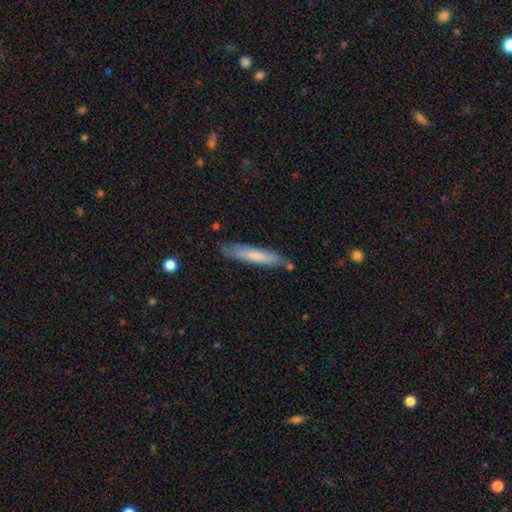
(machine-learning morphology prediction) Overall: smooth (65%; featured or disk 29%). How rounded: cigar-shaped (88%). Merging: none (77%).